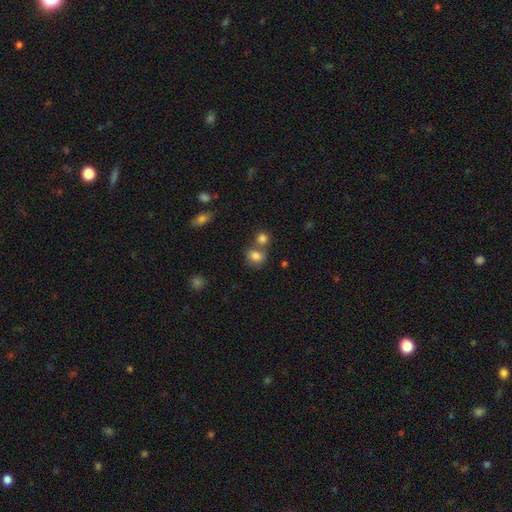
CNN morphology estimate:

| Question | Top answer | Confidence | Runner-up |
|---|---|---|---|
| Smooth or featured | smooth | 80% | star or artifact (11%) |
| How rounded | round | 56% | in between (43%) |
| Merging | none | 49% | merger (35%) |